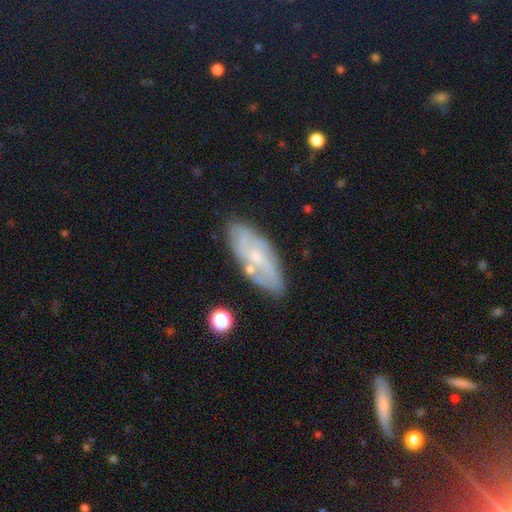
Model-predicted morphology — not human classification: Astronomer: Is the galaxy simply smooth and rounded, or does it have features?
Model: featured or disk — 63%.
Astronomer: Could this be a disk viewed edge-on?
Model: no — 86%.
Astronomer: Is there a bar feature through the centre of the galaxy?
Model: no — 61%.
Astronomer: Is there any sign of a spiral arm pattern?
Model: yes — 74%.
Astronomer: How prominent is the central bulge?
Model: small — 58%.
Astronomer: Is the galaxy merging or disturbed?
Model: none — 72%.